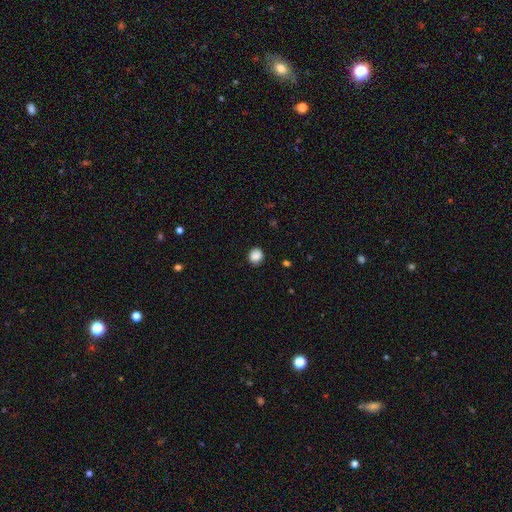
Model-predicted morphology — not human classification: smooth_or_featured: smooth (p=0.88) [alt: star or artifact p=0.09]
how_rounded: round (p=0.75) [alt: in between p=0.24]
merging: none (p=0.85) [alt: minor disturbance p=0.11]